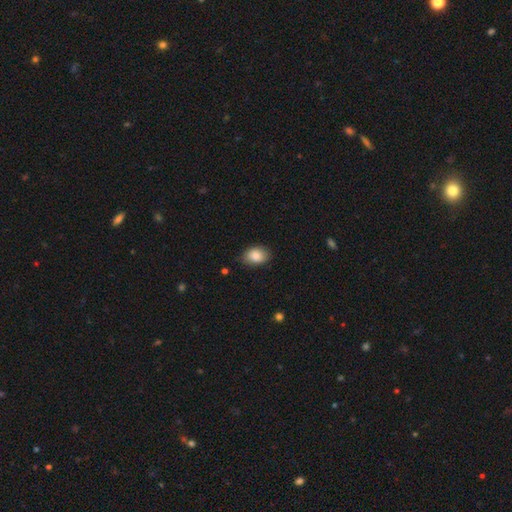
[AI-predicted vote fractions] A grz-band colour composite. It shows a smooth galaxy with no disk features (86%) that is in between round and cigar-shaped (80%). Merging: none (79%).